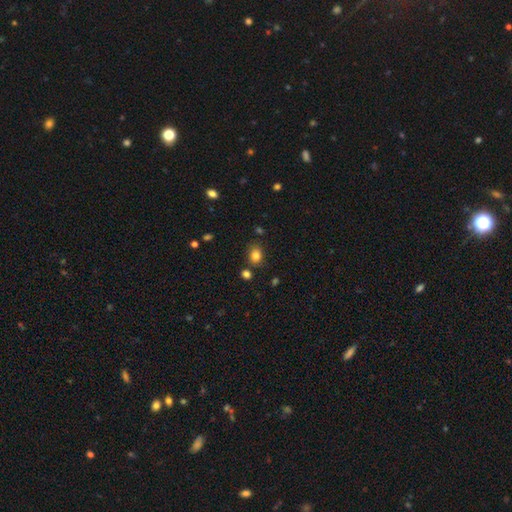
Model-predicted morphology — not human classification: A smooth galaxy with no disk features (82%) that is round (50%).

Vote fractions:
- Smooth or featured? smooth: 82% / star or artifact: 12% / featured or disk: 6%
- How rounded? round: 50% / in between: 49% / cigar-shaped: 1%
- Merging? none: 79% / minor disturbance: 12% / merger: 6% / major disturbance: 3%